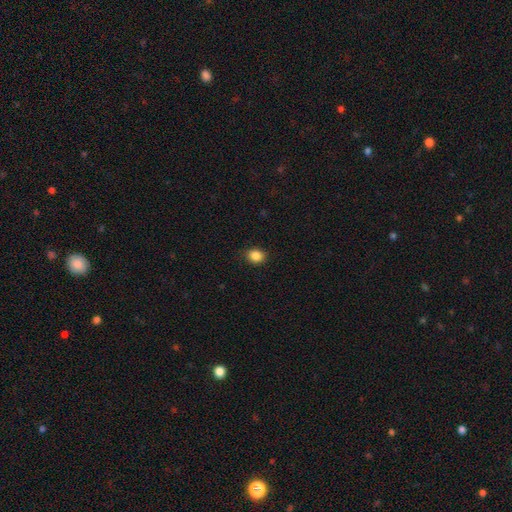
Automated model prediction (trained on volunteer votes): Smooth or featured? smooth (87%)
How rounded? round (63%)
Merging? none (88%)